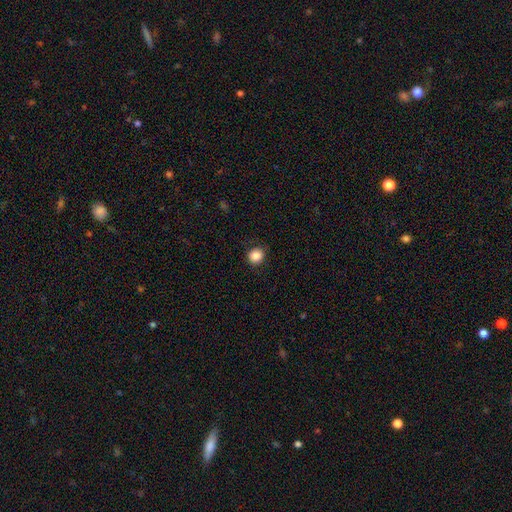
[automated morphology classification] Smooth or featured?
  - smooth: 85% *
  - star or artifact: 10%
  - featured or disk: 4%
How rounded?
  - round: 87% *
  - in between: 13%
  - cigar-shaped: 1%
Merging?
  - none: 87% *
  - minor disturbance: 9%
  - major disturbance: 3%
  - merger: 1%